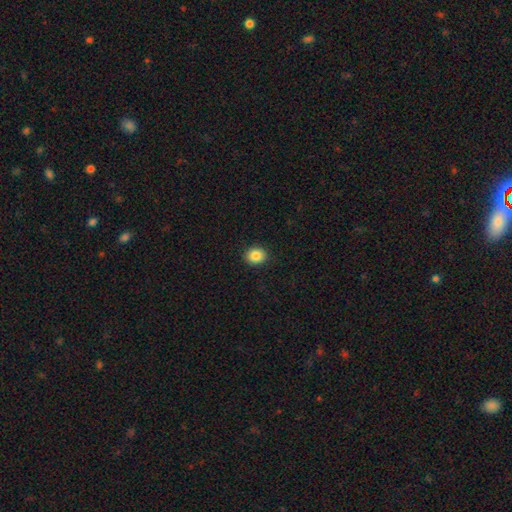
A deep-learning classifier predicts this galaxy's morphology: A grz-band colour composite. It shows a smooth galaxy with no disk features (86%) that is round (64%). Merging: none (91%).